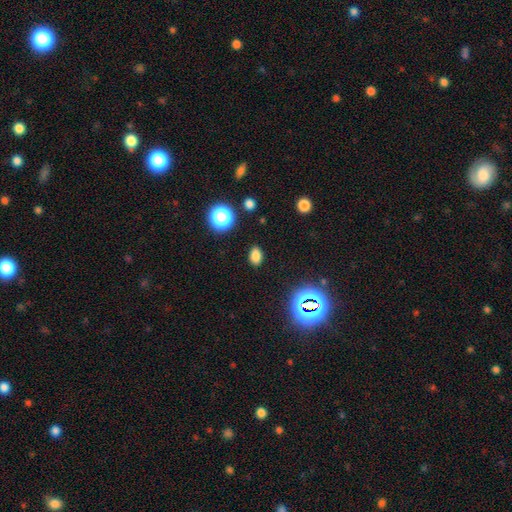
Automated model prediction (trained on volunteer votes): Overall: smooth (78%). How rounded: in between (82%). Merging: none (87%).